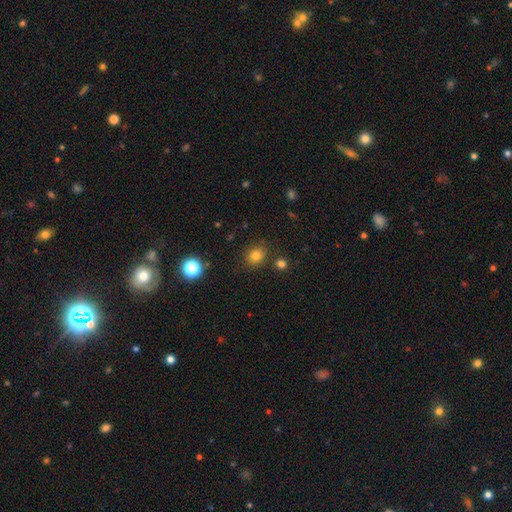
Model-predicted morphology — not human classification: A smooth galaxy with no disk features (79%) that is round (66%). Merging: none (82%).